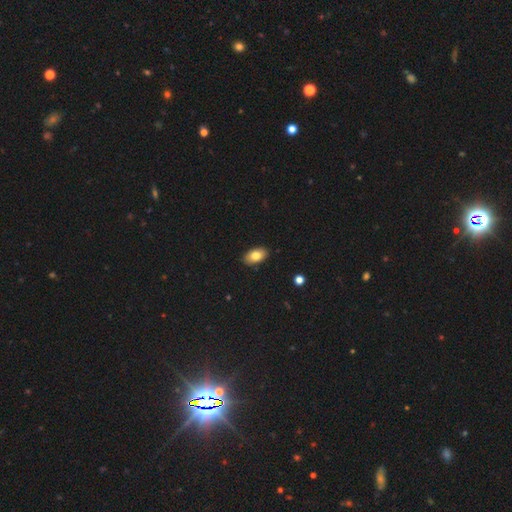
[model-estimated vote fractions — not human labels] Q: Smooth or featured?
A: smooth (80%); runner-up: featured or disk (12%)
Q: How rounded?
A: in between (92%); runner-up: round (6%)
Q: Merging?
A: none (89%); runner-up: minor disturbance (8%)